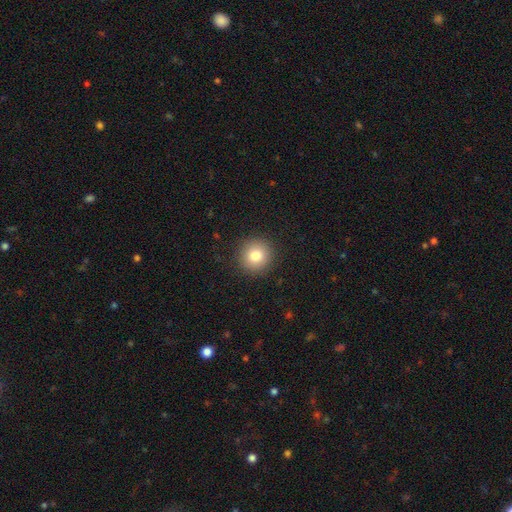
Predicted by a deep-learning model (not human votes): Overall: smooth (81%). How rounded: round (94%). Merging: none (91%).